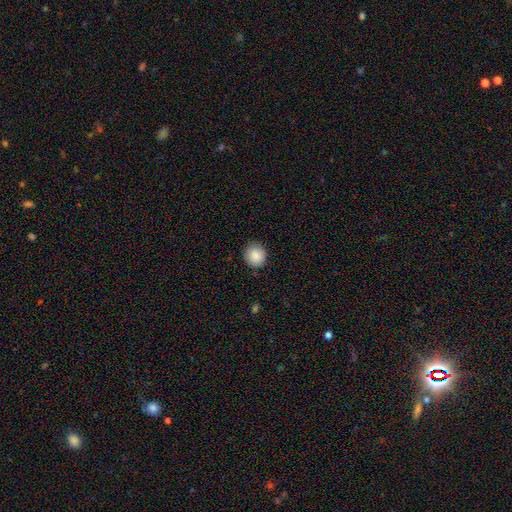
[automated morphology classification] Q: Smooth or featured?
A: smooth (88%); runner-up: star or artifact (8%)
Q: How rounded?
A: round (88%); runner-up: in between (11%)
Q: Merging?
A: none (88%); runner-up: minor disturbance (9%)